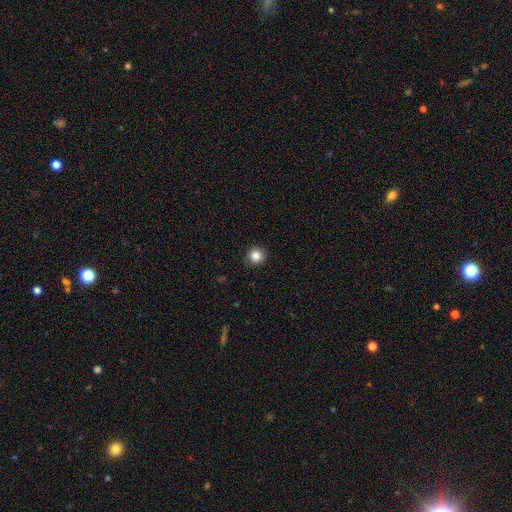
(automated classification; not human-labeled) smooth-or-featured: smooth: 85% | star or artifact: 11% | featured or disk: 4%
  how-rounded: round: 93% | in between: 6% | cigar-shaped: 1%
  merging: none: 91% | minor disturbance: 6% | major disturbance: 2% | merger: 1%